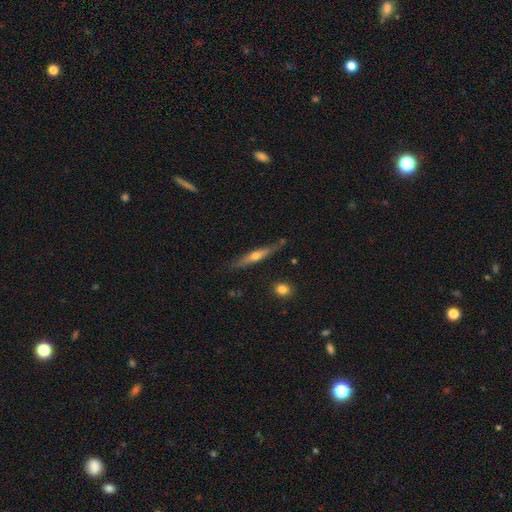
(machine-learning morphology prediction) featured or disk 60%, smooth 34%, star or artifact 6%. Down the decision tree: edge-on disk — yes (93%); edge-on bulge — rounded (80%); merging — none (77%).